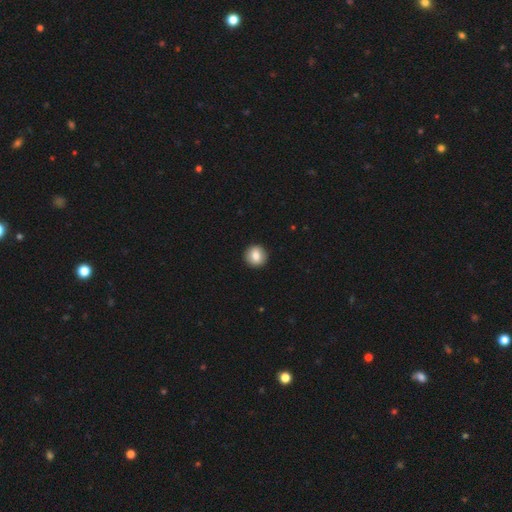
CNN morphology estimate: A smooth galaxy with no disk features (81%) that is round (92%). Merging: none (92%).